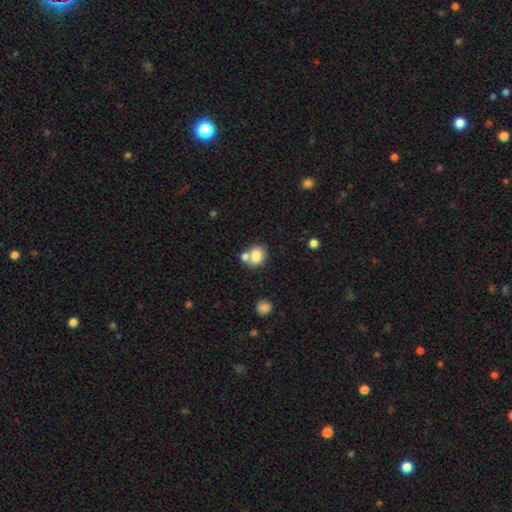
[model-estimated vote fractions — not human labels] Smooth or featured? Predicted: smooth (p=0.80). How rounded? Predicted: round (p=0.67). Merging? Predicted: none (p=0.53).